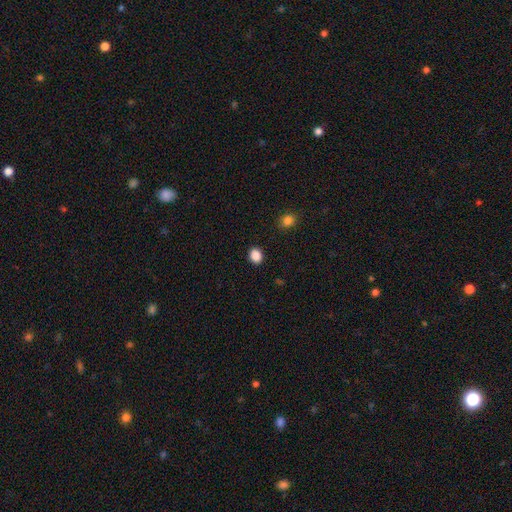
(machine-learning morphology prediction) This appears to be a smooth galaxy with no disk features (88%) that is round (54%). Merging: none (90%).